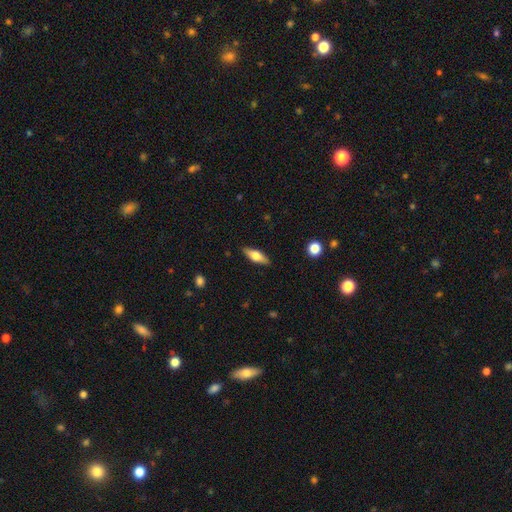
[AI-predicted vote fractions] Q: Smooth or featured?
A: smooth (53%); runner-up: featured or disk (41%)
Q: How rounded?
A: in between (58%); runner-up: cigar-shaped (38%)
Q: Merging?
A: none (87%); runner-up: minor disturbance (9%)